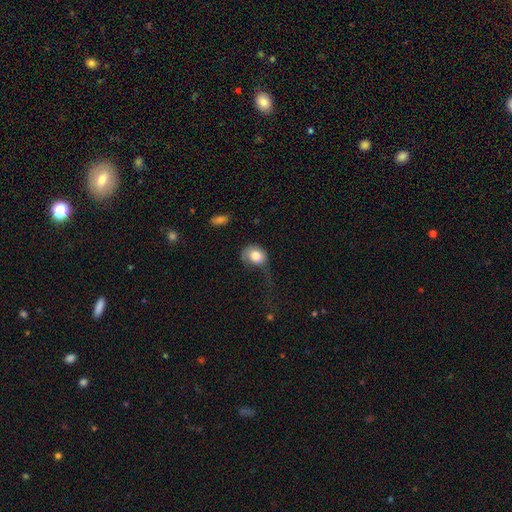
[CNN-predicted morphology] smooth-or-featured: smooth: 78% | featured or disk: 15% | star or artifact: 8%
  how-rounded: round: 57% | in between: 42% | cigar-shaped: 1%
  merging: major disturbance: 40% | none: 29% | minor disturbance: 28% | merger: 3%